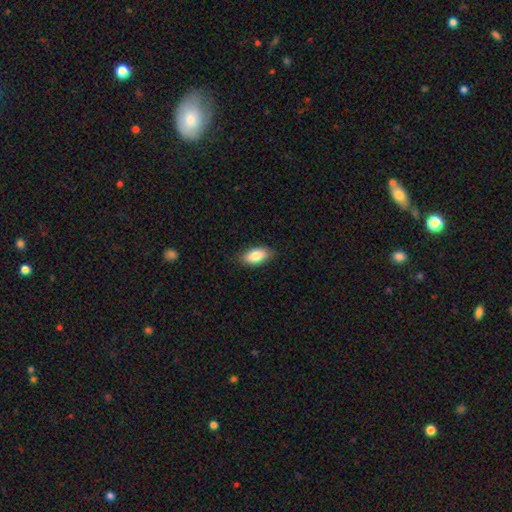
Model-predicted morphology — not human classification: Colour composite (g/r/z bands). It shows a smooth galaxy with no disk features (83%) that is in between round and cigar-shaped (91%). Merging: none (86%).